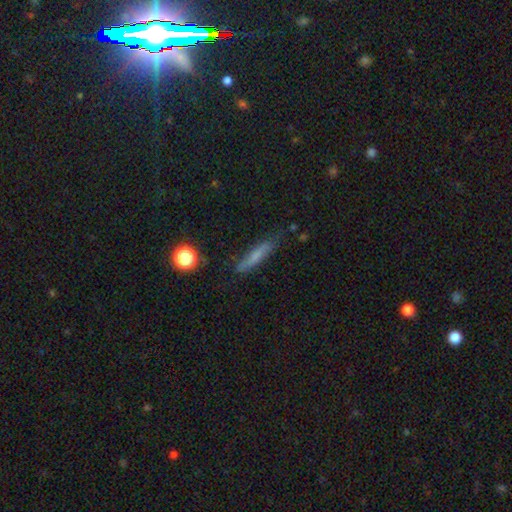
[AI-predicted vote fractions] This is likely a smooth galaxy (63%). How rounded: clearly cigar-shaped (86%). Merging: likely none (74%).